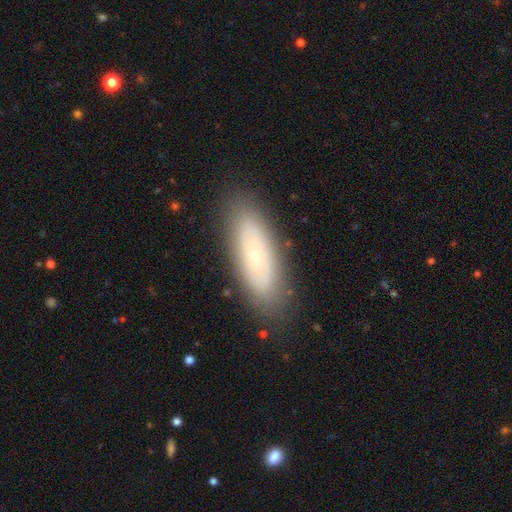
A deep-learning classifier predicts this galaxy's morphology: Smooth or featured?
  - smooth: 54% *
  - featured or disk: 38%
  - star or artifact: 8%
How rounded?
  - in between: 63% *
  - cigar-shaped: 35%
  - round: 3%
Merging?
  - none: 84% *
  - minor disturbance: 11%
  - major disturbance: 3%
  - merger: 1%